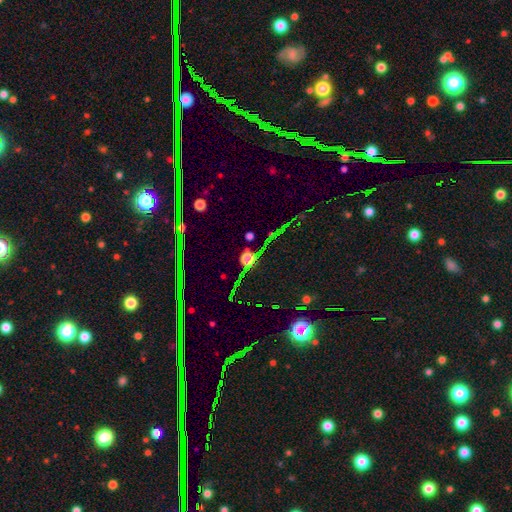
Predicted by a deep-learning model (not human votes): Overall: star or artifact (80%).